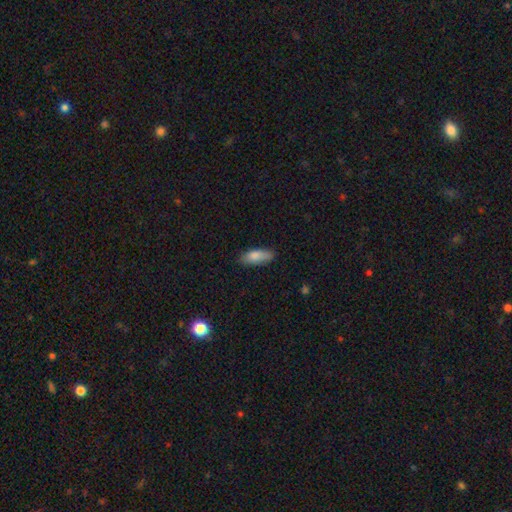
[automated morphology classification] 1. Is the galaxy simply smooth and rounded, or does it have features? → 83% smooth, 10% featured or disk, 6% star or artifact.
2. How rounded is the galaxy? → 72% in between, 26% cigar-shaped, 2% round.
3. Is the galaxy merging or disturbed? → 77% none, 18% minor disturbance, 3% major disturbance, 1% merger.